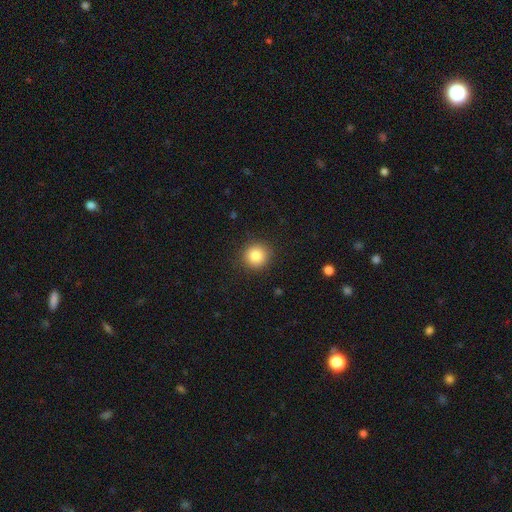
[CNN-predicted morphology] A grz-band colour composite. It shows a smooth galaxy with no disk features (85%) that is round (93%). Merging: none (90%).